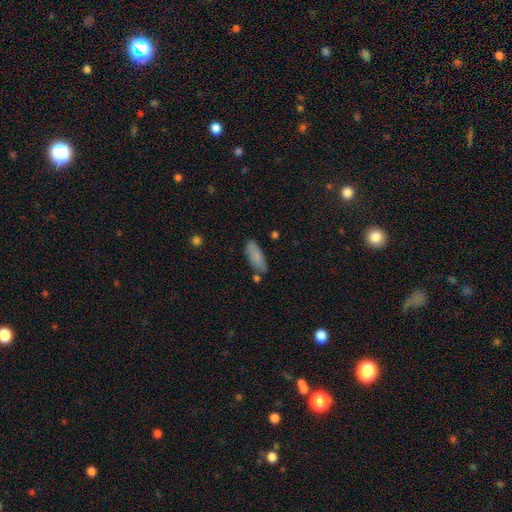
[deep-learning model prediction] Smooth or featured?
  - smooth: 78% *
  - featured or disk: 14%
  - star or artifact: 8%
How rounded?
  - in between: 70% *
  - cigar-shaped: 27%
  - round: 2%
Merging?
  - none: 64% *
  - minor disturbance: 22%
  - merger: 8%
  - major disturbance: 6%